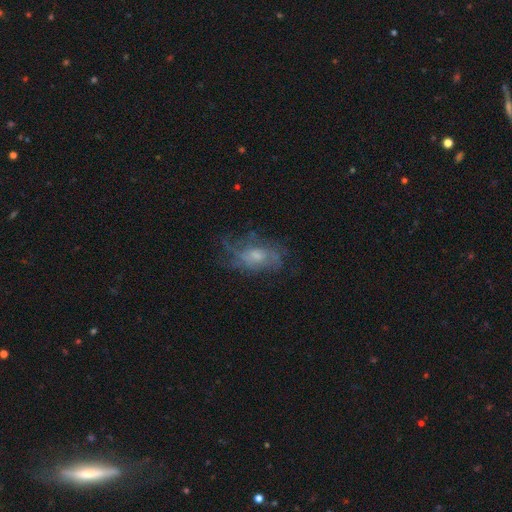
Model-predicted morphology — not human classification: featured or disk 62%, smooth 28%, star or artifact 11%. Down the decision tree: edge-on disk — no (93%); bar — no (74%); spiral arms — yes (69%); bulge size — moderate (45%); merging — none (55%).